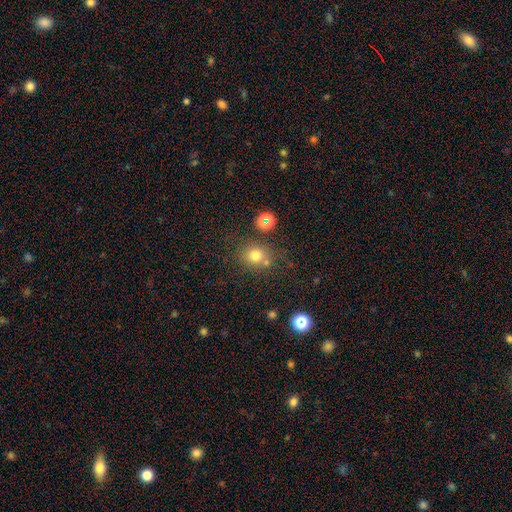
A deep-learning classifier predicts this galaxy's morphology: Smooth or featured?
  - smooth: 74% *
  - star or artifact: 18%
  - featured or disk: 9%
How rounded?
  - round: 76% *
  - in between: 23%
  - cigar-shaped: 1%
Merging?
  - none: 68% *
  - merger: 14%
  - minor disturbance: 13%
  - major disturbance: 5%